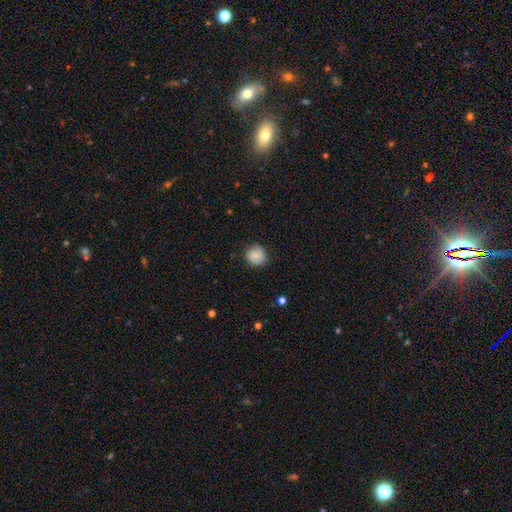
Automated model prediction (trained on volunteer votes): Smooth or featured? smooth (83%)
How rounded? round (89%)
Merging? none (79%)